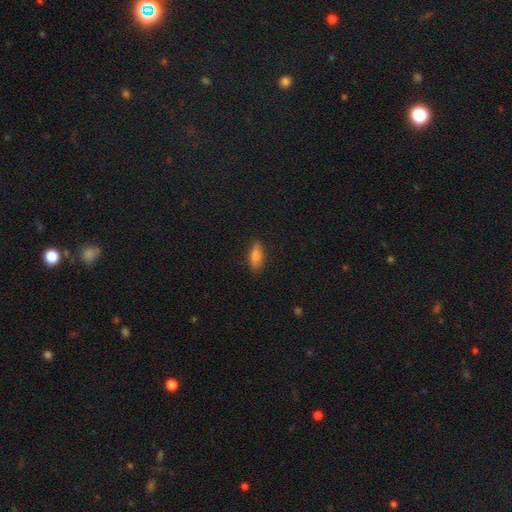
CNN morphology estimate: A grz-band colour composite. It shows a smooth galaxy with no disk features (79%) that is in between round and cigar-shaped (76%). Merging: none (85%).